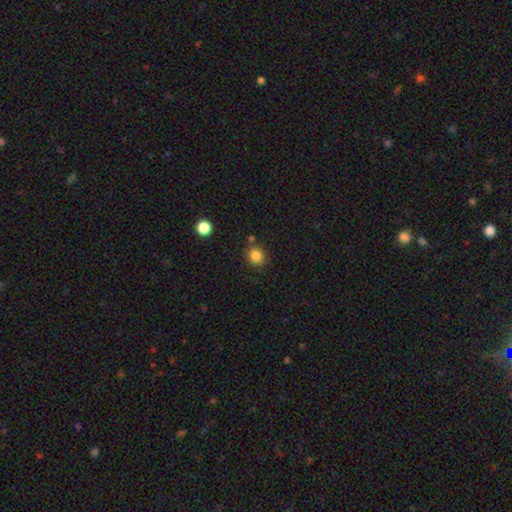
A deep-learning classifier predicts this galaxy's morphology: smooth_or_featured: smooth (p=0.84) [alt: star or artifact p=0.11]
how_rounded: round (p=0.86) [alt: in between p=0.13]
merging: none (p=0.82) [alt: minor disturbance p=0.09]